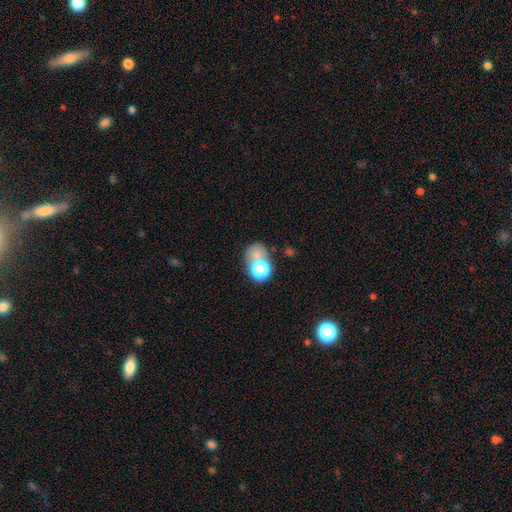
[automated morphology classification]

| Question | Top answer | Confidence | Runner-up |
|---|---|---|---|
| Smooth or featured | smooth | 56% | star or artifact (29%) |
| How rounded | round | 61% | in between (38%) |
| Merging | none | 47% | merger (28%) |